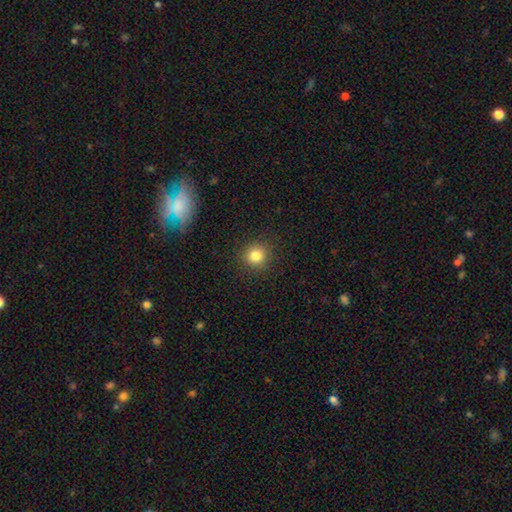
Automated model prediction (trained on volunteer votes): smooth 82%, star or artifact 12%, featured or disk 6%. Down the decision tree: how rounded — round (92%); merging — none (91%).